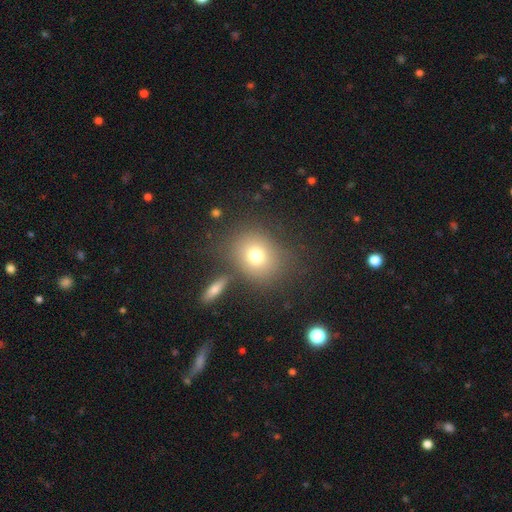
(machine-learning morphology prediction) This is likely a smooth galaxy (73%). How rounded: likely round (66%). Merging: likely none (72%).